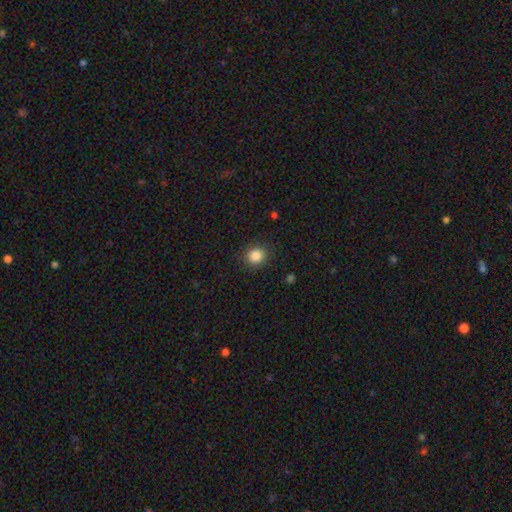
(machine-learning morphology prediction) A smooth galaxy with no disk features (86%) that is round (85%).

Vote fractions:
- Smooth or featured? smooth: 86% / star or artifact: 10% / featured or disk: 4%
- How rounded? round: 85% / in between: 14% / cigar-shaped: 1%
- Merging? none: 89% / minor disturbance: 7% / major disturbance: 3% / merger: 1%